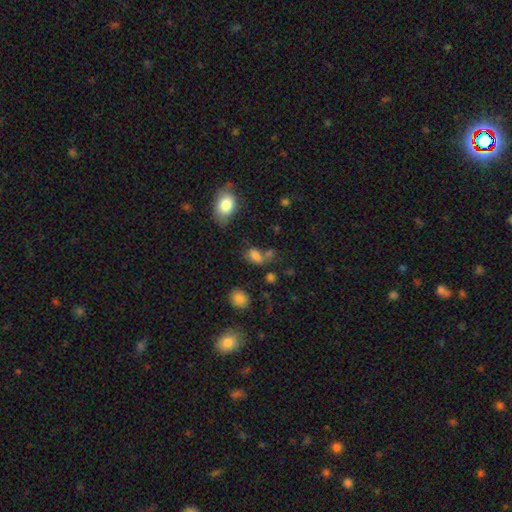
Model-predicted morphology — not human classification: smooth_or_featured: smooth (p=0.75) [alt: star or artifact p=0.15]
how_rounded: in between (p=0.82) [alt: round p=0.15]
merging: none (p=0.44) [alt: merger p=0.22]